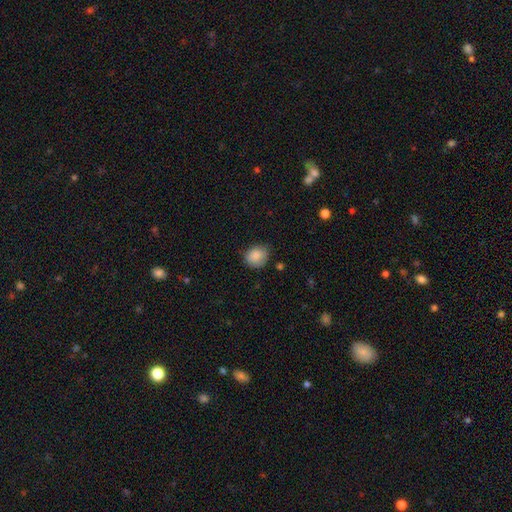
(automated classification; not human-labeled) smooth_or_featured: smooth (p=0.86) [alt: star or artifact p=0.08]
how_rounded: round (p=0.58) [alt: in between p=0.41]
merging: none (p=0.71) [alt: minor disturbance p=0.23]